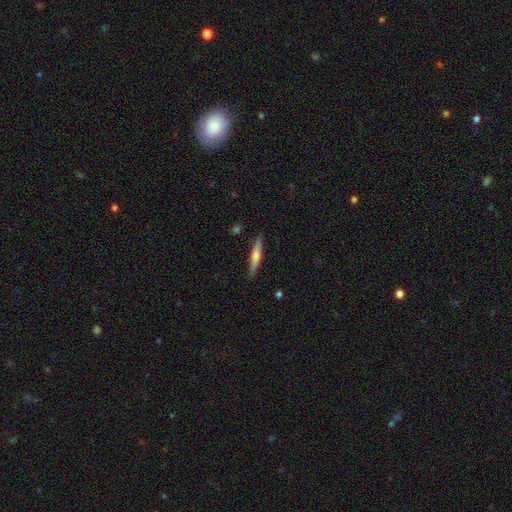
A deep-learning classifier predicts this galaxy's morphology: smooth 49%, featured or disk 45%, star or artifact 6%. Down the decision tree: merging — none (89%).